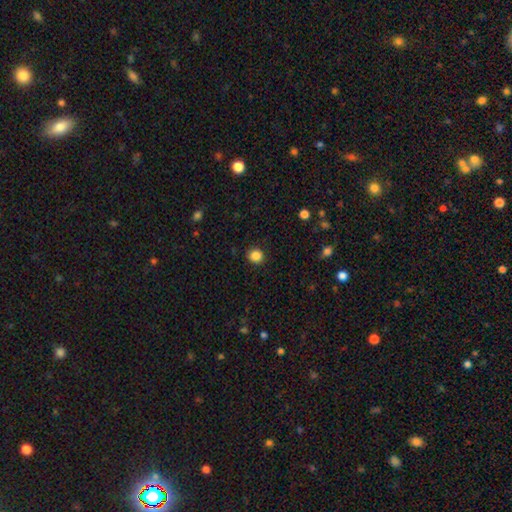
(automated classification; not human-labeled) Smooth or featured? Predicted: smooth (p=0.86). How rounded? Predicted: round (p=0.88). Merging? Predicted: none (p=0.91).